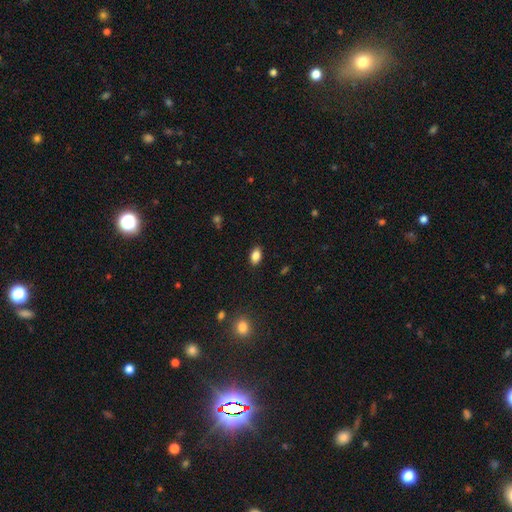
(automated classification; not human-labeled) smooth 85%, star or artifact 9%, featured or disk 5%. Down the decision tree: how rounded — in between (89%); merging — none (88%).